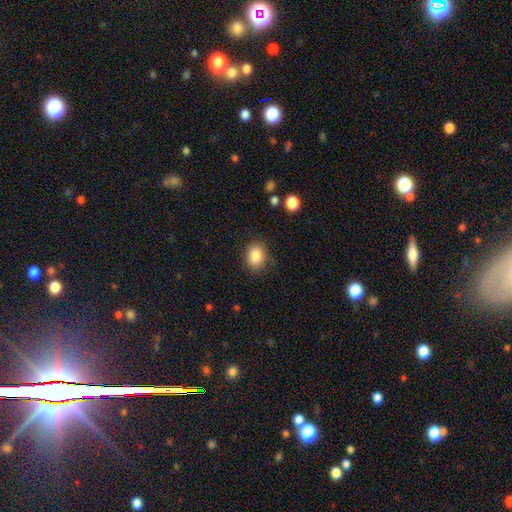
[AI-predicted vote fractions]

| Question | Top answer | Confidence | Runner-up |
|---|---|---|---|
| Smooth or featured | smooth | 86% | star or artifact (9%) |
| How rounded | in between | 55% | round (44%) |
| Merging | none | 83% | minor disturbance (12%) |